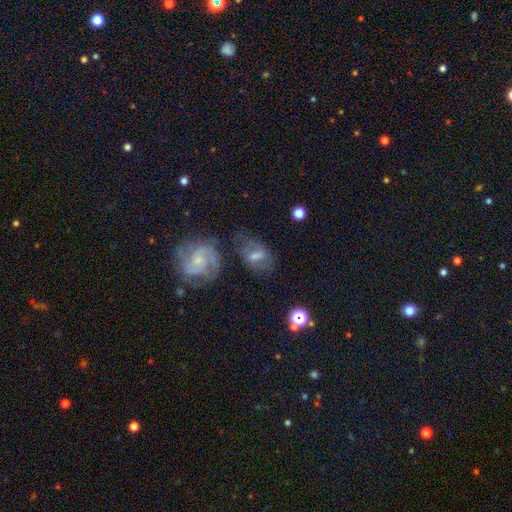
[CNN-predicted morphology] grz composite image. It shows a featured or disk galaxy (55%) with a weak bar (51%), spiral arms (77%) and a small central bulge (49%). Merging: none (50%).